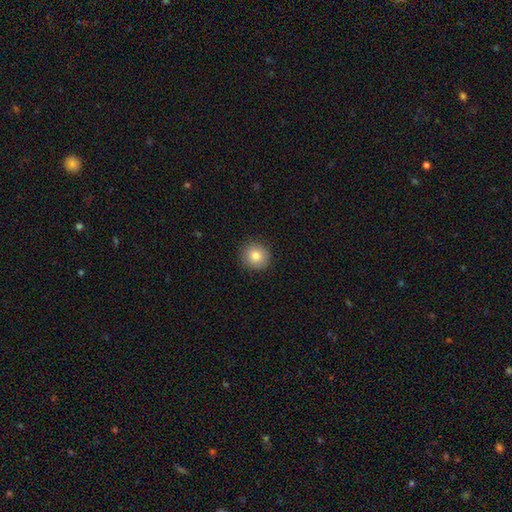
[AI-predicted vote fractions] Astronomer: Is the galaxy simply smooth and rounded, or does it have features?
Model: smooth — 82%.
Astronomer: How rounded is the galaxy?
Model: round — 89%.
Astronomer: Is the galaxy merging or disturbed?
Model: none — 90%.